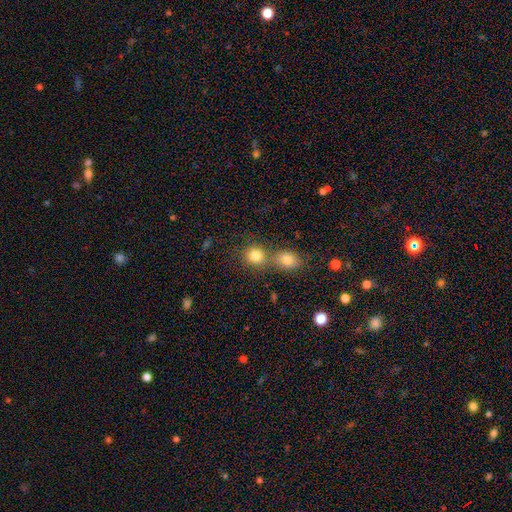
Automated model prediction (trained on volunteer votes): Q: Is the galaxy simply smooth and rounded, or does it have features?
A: smooth — 81%.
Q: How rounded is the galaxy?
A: round — 80%.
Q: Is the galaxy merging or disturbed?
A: none — 49%.